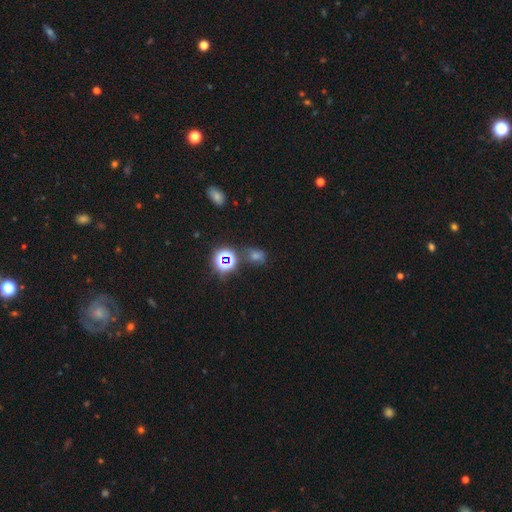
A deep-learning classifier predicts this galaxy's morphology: Smooth or featured?
  - star or artifact: 53% *
  - smooth: 37%
  - featured or disk: 10%